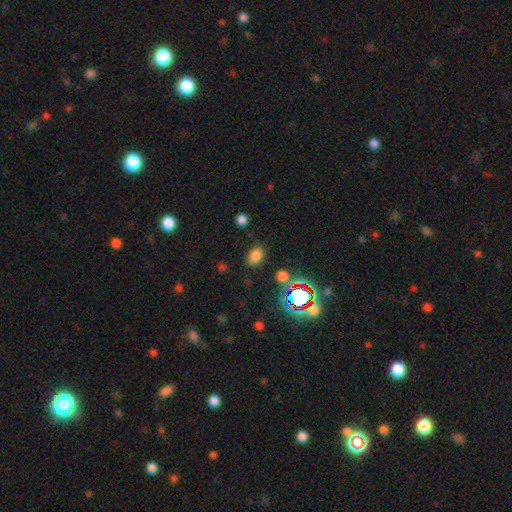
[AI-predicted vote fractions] Smooth or featured?
  - smooth: 76% *
  - star or artifact: 18%
  - featured or disk: 6%
How rounded?
  - in between: 82% *
  - round: 16%
  - cigar-shaped: 2%
Merging?
  - none: 82% *
  - minor disturbance: 12%
  - major disturbance: 4%
  - merger: 3%